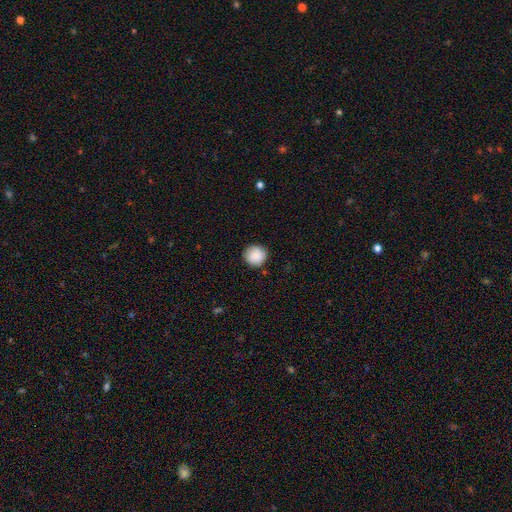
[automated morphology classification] Q: Smooth or featured?
A: smooth (88%); runner-up: star or artifact (8%)
Q: How rounded?
A: round (95%); runner-up: in between (4%)
Q: Merging?
A: none (90%); runner-up: minor disturbance (7%)